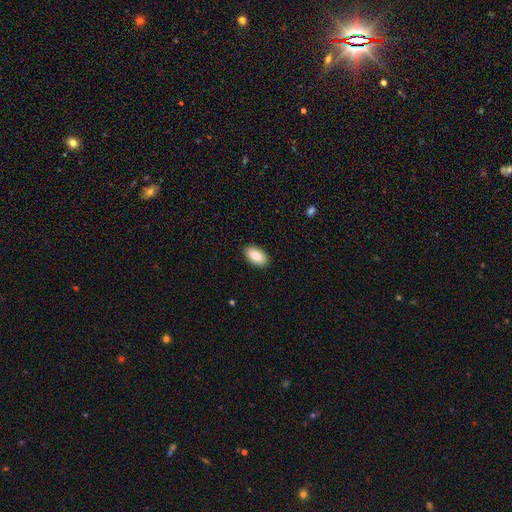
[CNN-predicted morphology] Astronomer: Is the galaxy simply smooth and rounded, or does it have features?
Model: smooth — 84%.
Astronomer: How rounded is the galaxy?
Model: in between — 94%.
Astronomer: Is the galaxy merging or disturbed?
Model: none — 90%.